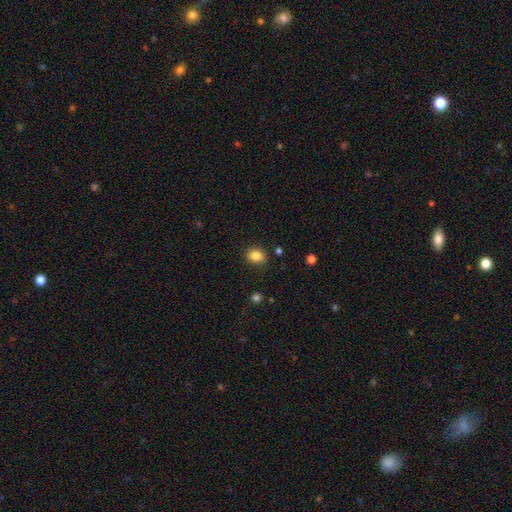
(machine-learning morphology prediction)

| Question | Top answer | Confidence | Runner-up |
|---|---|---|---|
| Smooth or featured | smooth | 85% | star or artifact (10%) |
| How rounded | in between | 57% | round (43%) |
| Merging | none | 86% | minor disturbance (10%) |